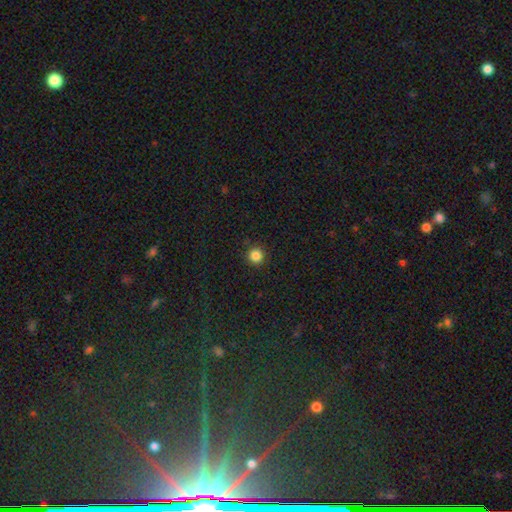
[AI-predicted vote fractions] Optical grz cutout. It shows a smooth galaxy with no disk features (85%) that is round (95%). Merging: none (92%).